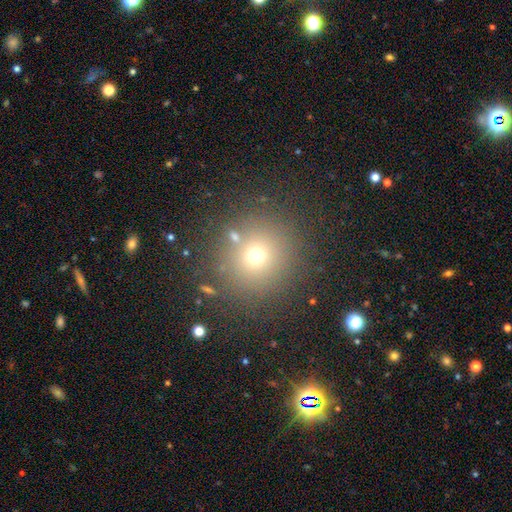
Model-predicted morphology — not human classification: smooth 67%, star or artifact 22%, featured or disk 11%. Down the decision tree: how rounded — round (92%); merging — none (83%).